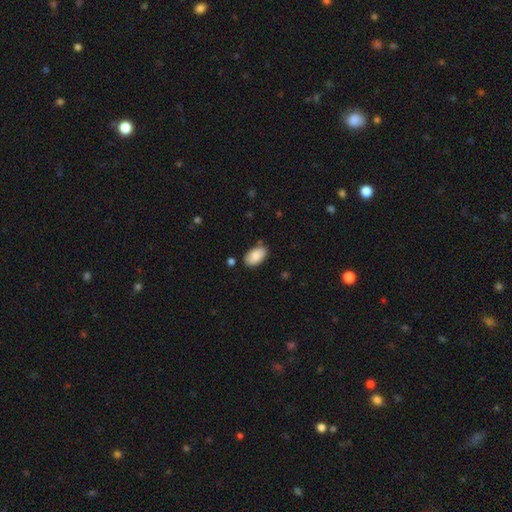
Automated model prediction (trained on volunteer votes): Smooth or featured? smooth (87%)
How rounded? in between (95%)
Merging? none (82%)